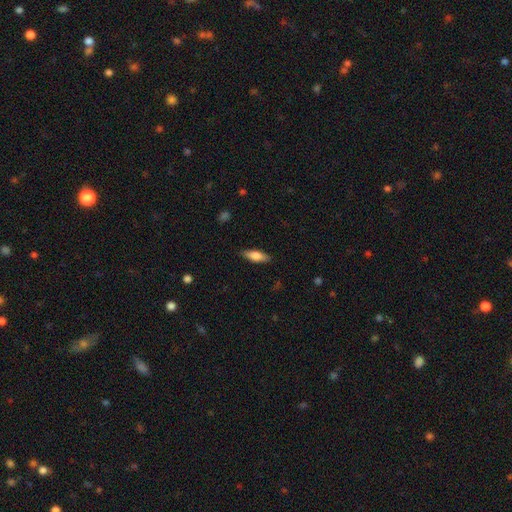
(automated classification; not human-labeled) A smooth galaxy with no disk features (70%) that is in between round and cigar-shaped (60%).

Vote fractions:
- Smooth or featured? smooth: 70% / featured or disk: 24% / star or artifact: 6%
- How rounded? in between: 60% / cigar-shaped: 38% / round: 2%
- Merging? none: 86% / minor disturbance: 11% / major disturbance: 2% / merger: 1%